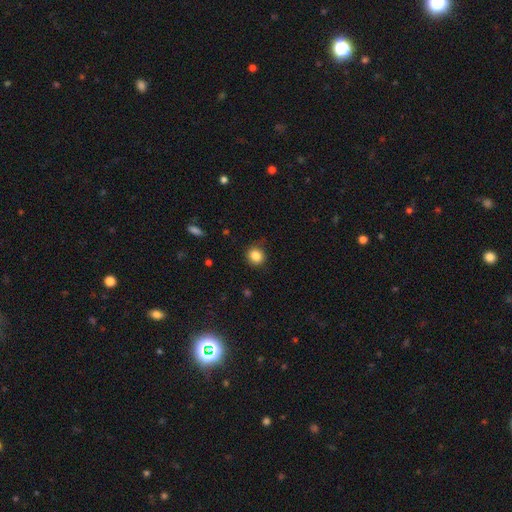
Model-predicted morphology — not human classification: Overall: smooth (85%). How rounded: round (84%). Merging: none (82%).